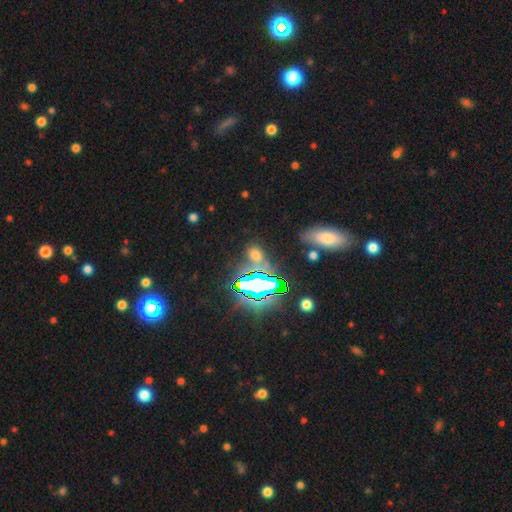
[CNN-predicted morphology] Q: Smooth or featured?
A: star or artifact (46%); runner-up: smooth (44%)